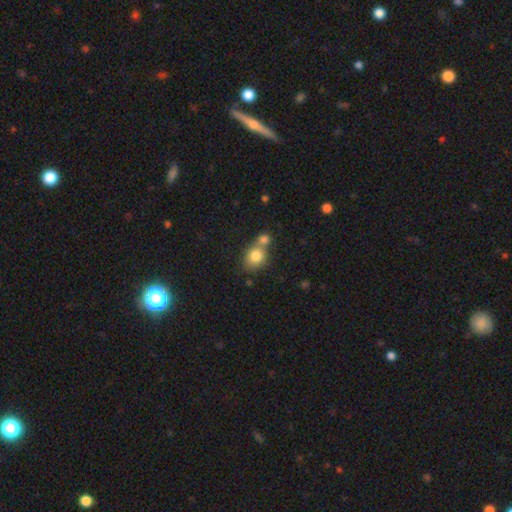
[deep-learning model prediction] Smooth or featured? smooth (81%)
How rounded? round (60%)
Merging? merger (47%)